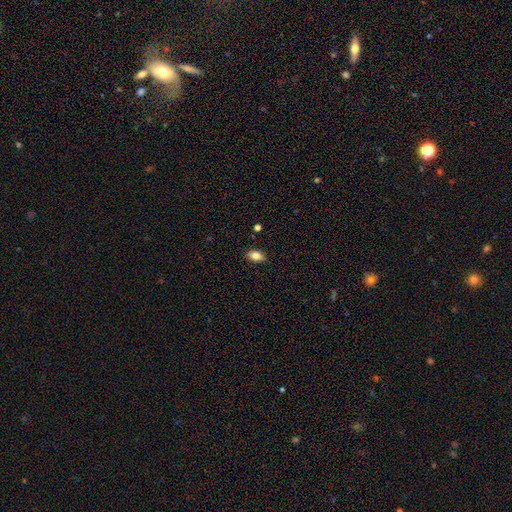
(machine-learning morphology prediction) A smooth galaxy with no disk features (81%) that is in between round and cigar-shaped (89%). Merging: none (85%).